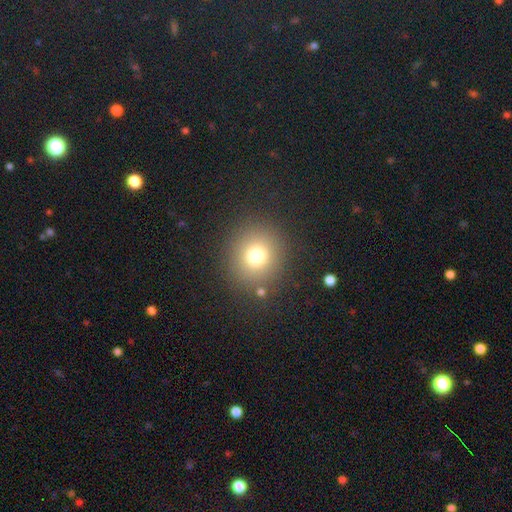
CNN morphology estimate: type=smooth (76%); roundness=round (89%); merging=none (86%).